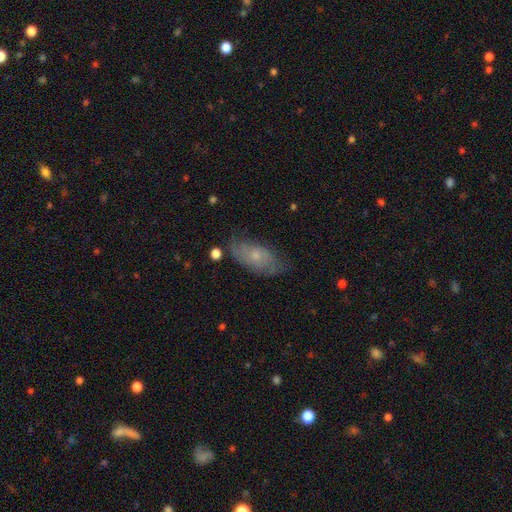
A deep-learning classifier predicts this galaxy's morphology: Smooth or featured? featured or disk (48%)
Merging? none (66%)